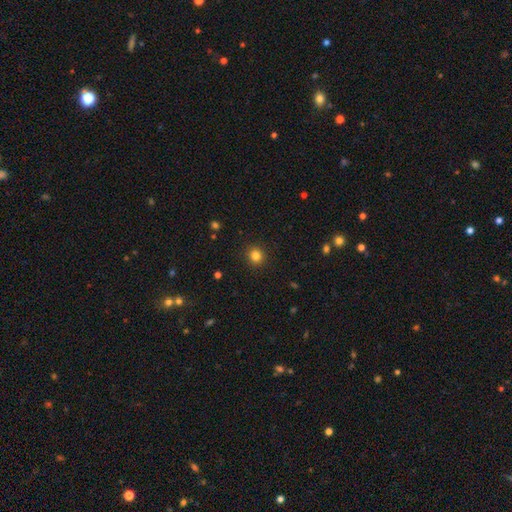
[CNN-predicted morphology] Smooth or featured? Predicted: smooth (p=0.83). How rounded? Predicted: round (p=0.90). Merging? Predicted: none (p=0.91).